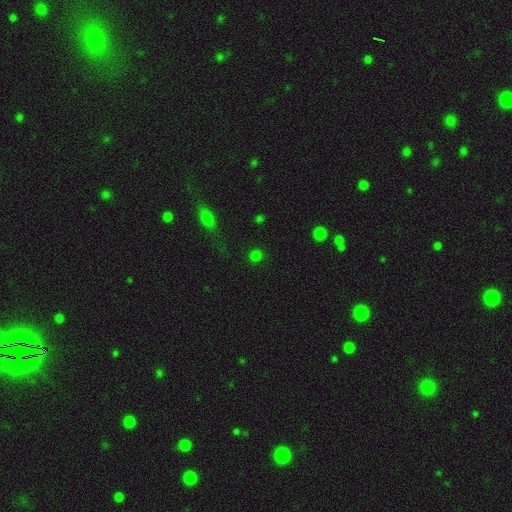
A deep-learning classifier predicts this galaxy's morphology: A smooth galaxy with no disk features (75%) that is round (91%).

Vote fractions:
- Smooth or featured? smooth: 75% / star or artifact: 21% / featured or disk: 4%
- How rounded? round: 91% / in between: 8% / cigar-shaped: 1%
- Merging? none: 88% / minor disturbance: 7% / major disturbance: 3% / merger: 2%